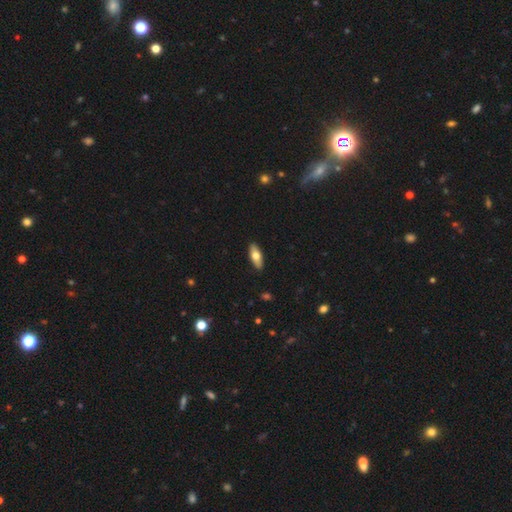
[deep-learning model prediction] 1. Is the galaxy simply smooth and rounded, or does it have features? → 67% smooth, 27% featured or disk, 6% star or artifact.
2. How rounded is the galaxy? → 72% in between, 26% cigar-shaped, 3% round.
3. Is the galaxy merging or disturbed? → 90% none, 7% minor disturbance, 1% major disturbance, 1% merger.